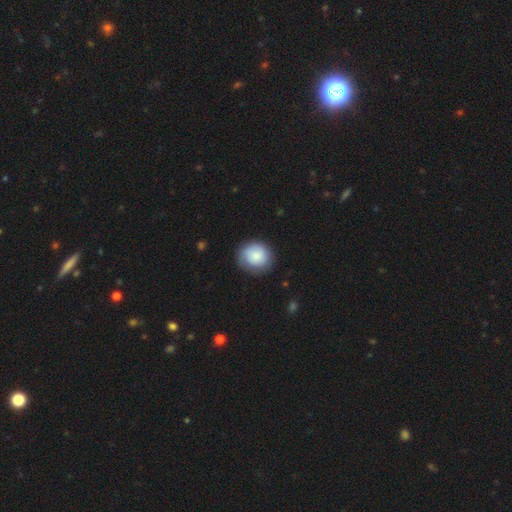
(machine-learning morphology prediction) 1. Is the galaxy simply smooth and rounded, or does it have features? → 83% smooth, 10% featured or disk, 7% star or artifact.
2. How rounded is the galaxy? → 84% round, 15% in between, 1% cigar-shaped.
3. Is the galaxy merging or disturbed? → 81% none, 15% minor disturbance, 4% major disturbance, 1% merger.